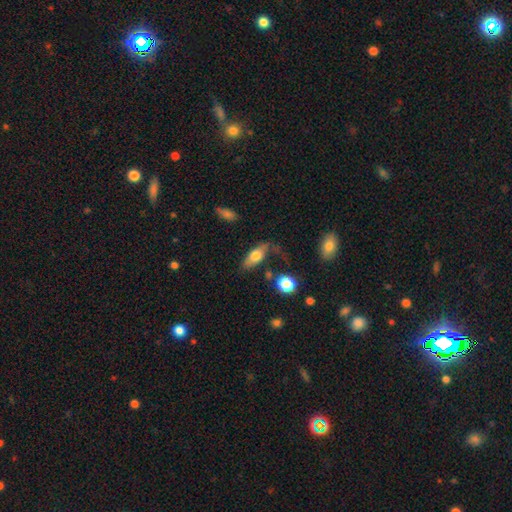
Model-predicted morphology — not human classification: This appears to be a smooth galaxy with no disk features (65%) that is in between round and cigar-shaped (80%). Merging: none (53%).